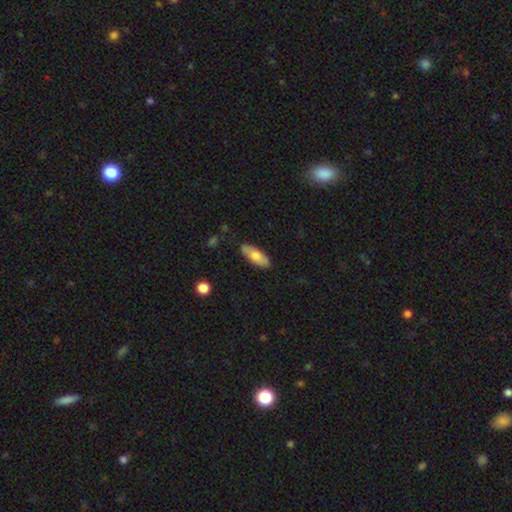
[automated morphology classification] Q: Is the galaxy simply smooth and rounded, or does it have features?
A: smooth — 67%.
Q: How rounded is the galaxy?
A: in between — 79%.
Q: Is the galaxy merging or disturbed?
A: none — 82%.